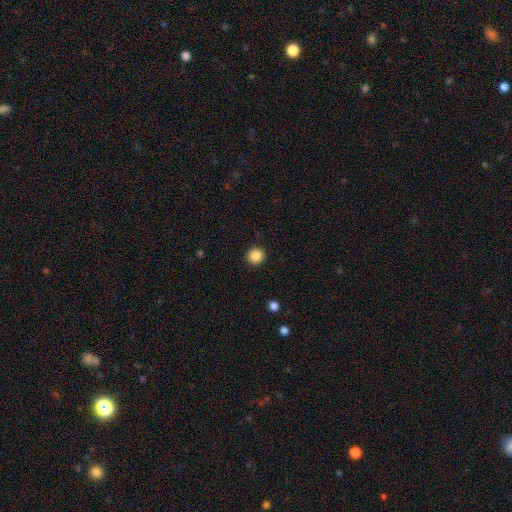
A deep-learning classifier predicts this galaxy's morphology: Q: Smooth or featured?
A: smooth (87%); runner-up: star or artifact (10%)
Q: How rounded?
A: round (93%); runner-up: in between (6%)
Q: Merging?
A: none (92%); runner-up: minor disturbance (5%)